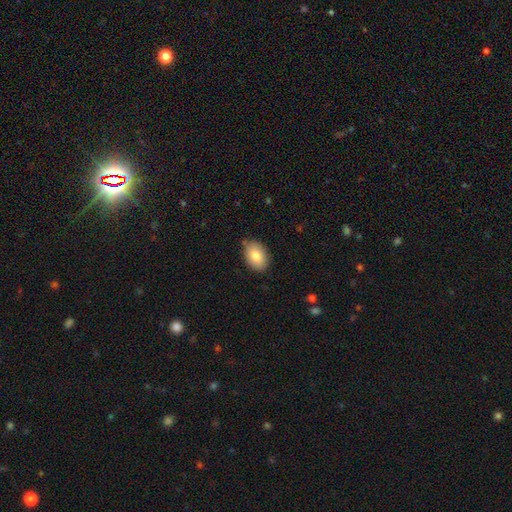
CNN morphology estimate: Q: Smooth or featured?
A: smooth (83%); runner-up: featured or disk (10%)
Q: How rounded?
A: in between (86%); runner-up: round (13%)
Q: Merging?
A: none (81%); runner-up: minor disturbance (14%)